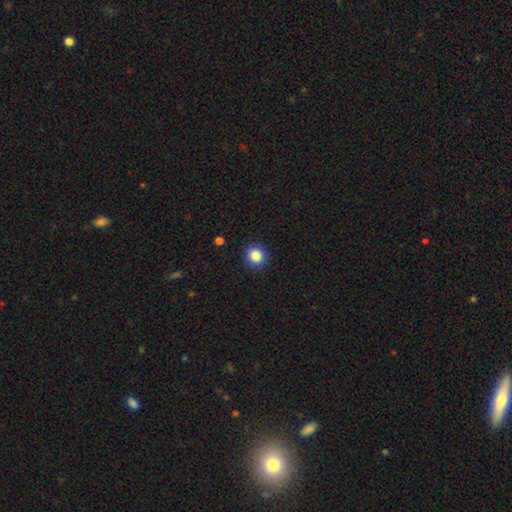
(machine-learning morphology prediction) Q: Smooth or featured?
A: smooth (86%); runner-up: star or artifact (10%)
Q: How rounded?
A: round (92%); runner-up: in between (7%)
Q: Merging?
A: none (91%); runner-up: minor disturbance (6%)